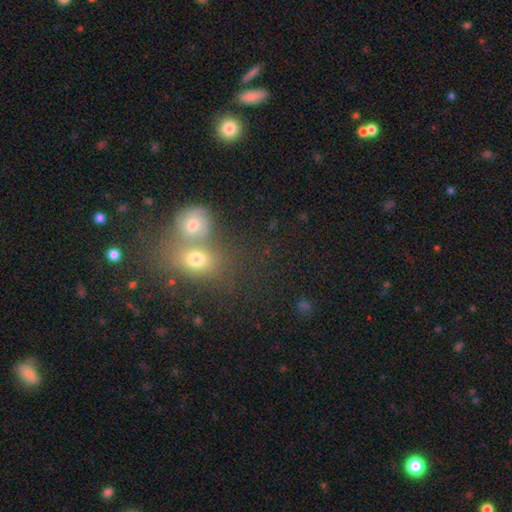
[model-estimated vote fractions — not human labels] A smooth galaxy with no disk features (56%) that is round (60%). Merging: merger (51%).